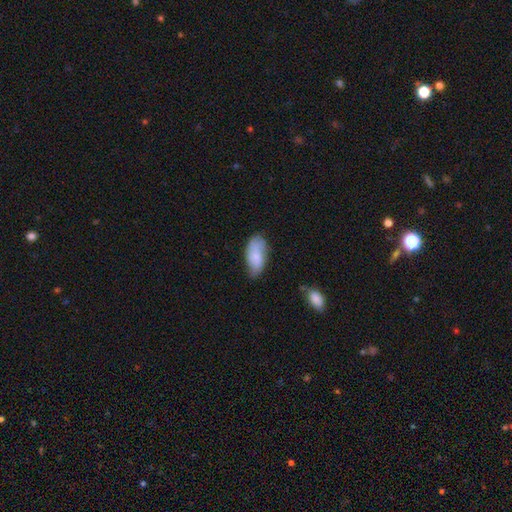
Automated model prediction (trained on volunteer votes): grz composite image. It shows a smooth galaxy with no disk features (74%) that is in between round and cigar-shaped (92%). Merging: none (62%).